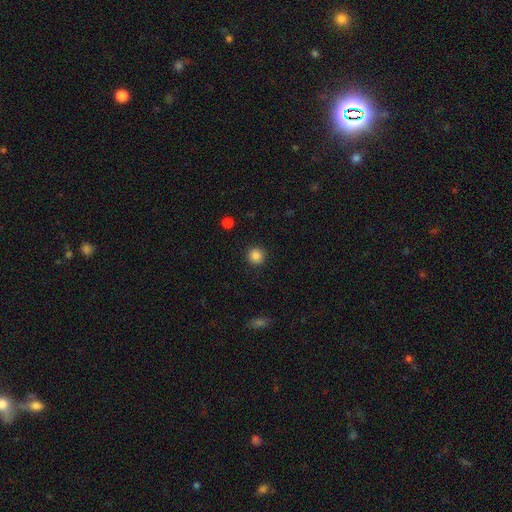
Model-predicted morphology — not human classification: The model was most divided on "smooth or featured": smooth: 86%, star or artifact: 11%, featured or disk: 3%. More confident: how rounded — round (94%); merging — none (92%).